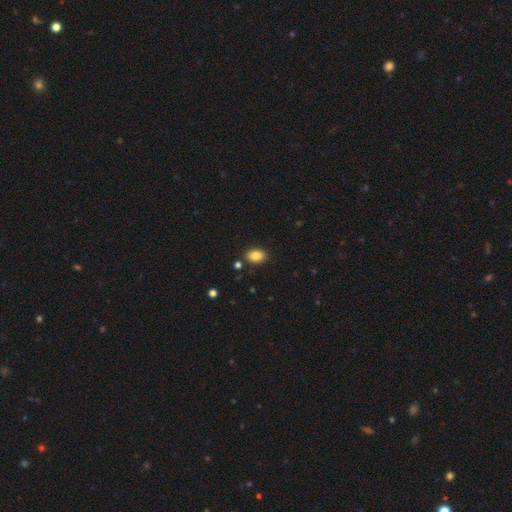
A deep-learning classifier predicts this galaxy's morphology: type=smooth (85%); roundness=in between (78%); merging=none (86%).